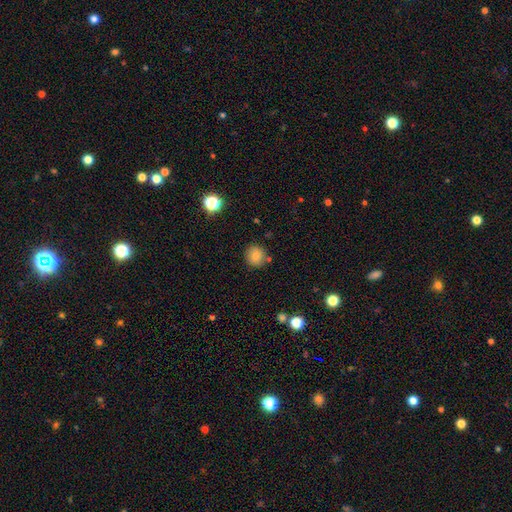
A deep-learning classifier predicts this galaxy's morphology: Smooth or featured? smooth (80%)
How rounded? round (91%)
Merging? none (85%)